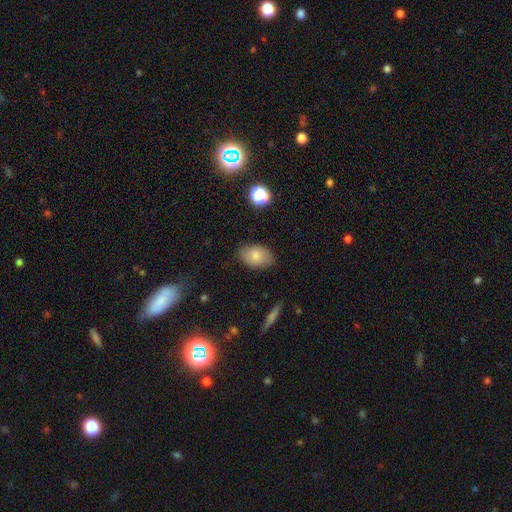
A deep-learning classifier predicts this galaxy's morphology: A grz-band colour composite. It shows a smooth galaxy with no disk features (78%) that is in between round and cigar-shaped (88%). Merging: none (81%).